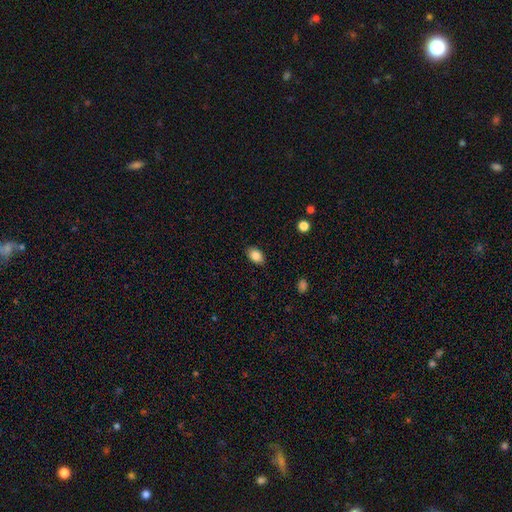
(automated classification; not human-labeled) The model was most divided on "how rounded": in between: 83%, round: 15%, cigar-shaped: 1%. More confident: merging — none (88%); smooth or featured — smooth (85%).